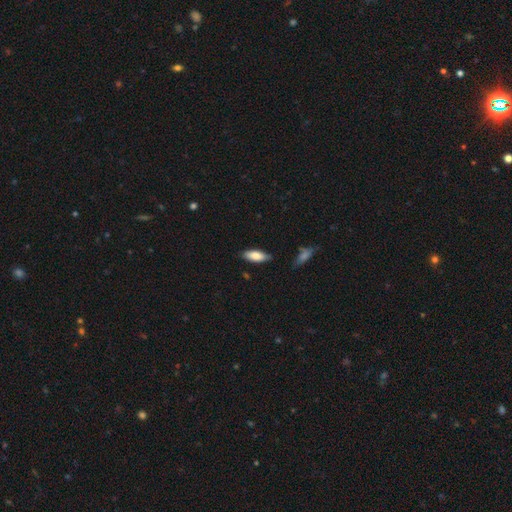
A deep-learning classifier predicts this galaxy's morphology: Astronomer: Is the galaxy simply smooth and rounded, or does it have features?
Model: smooth — 81%.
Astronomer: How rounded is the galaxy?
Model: in between — 76%.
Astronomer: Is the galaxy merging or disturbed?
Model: none — 81%.